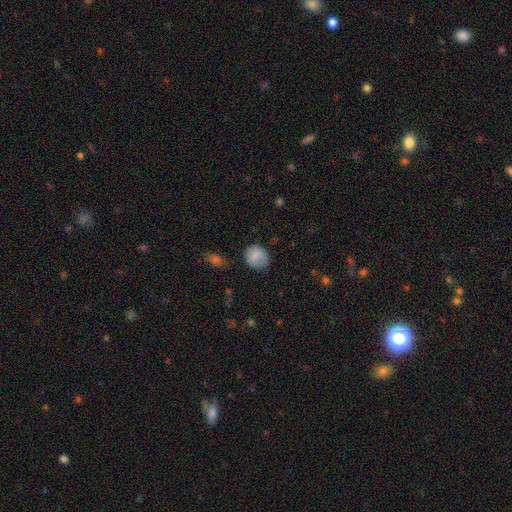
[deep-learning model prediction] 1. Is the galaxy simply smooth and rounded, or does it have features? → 83% smooth, 9% featured or disk, 8% star or artifact.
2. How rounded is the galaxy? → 75% round, 24% in between, 1% cigar-shaped.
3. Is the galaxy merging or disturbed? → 74% none, 19% minor disturbance, 5% major disturbance, 2% merger.